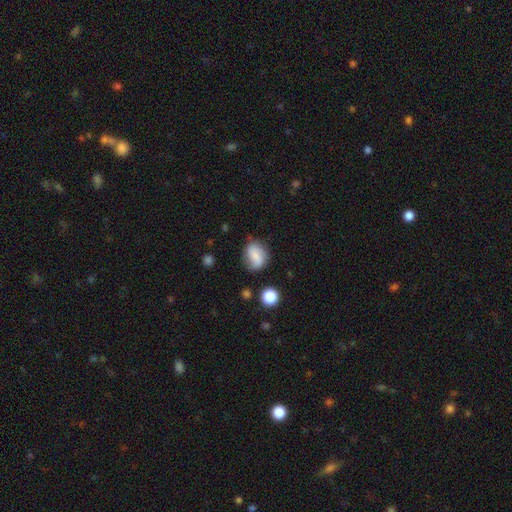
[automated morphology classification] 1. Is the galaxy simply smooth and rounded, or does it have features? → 69% smooth, 22% featured or disk, 10% star or artifact.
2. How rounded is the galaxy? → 54% in between, 44% round, 2% cigar-shaped.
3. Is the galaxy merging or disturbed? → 66% none, 23% minor disturbance, 7% major disturbance, 3% merger.